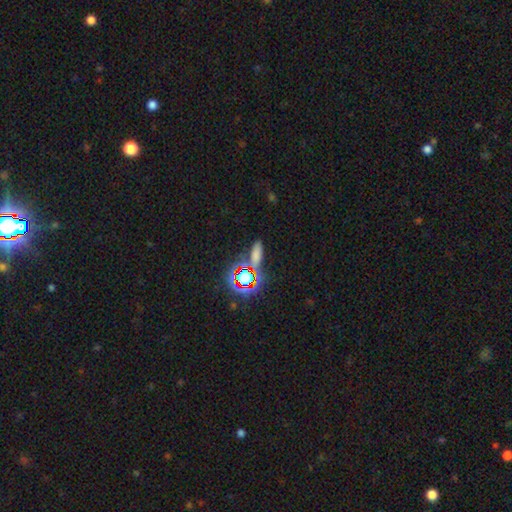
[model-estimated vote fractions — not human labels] Smooth or featured? Predicted: smooth (p=0.51). How rounded? Predicted: in between (p=0.55). Merging? Predicted: none (p=0.71).